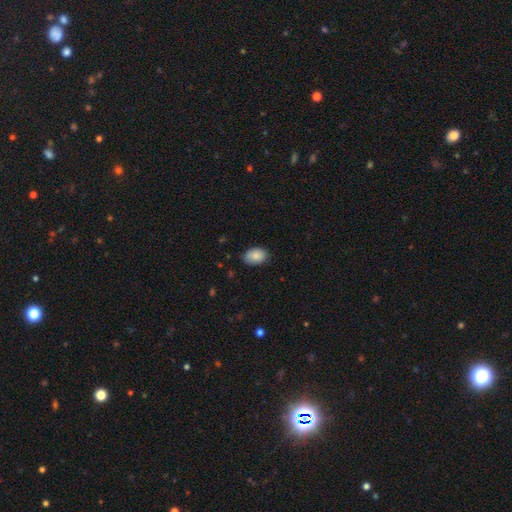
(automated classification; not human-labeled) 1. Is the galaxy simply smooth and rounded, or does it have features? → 87% smooth, 7% star or artifact, 6% featured or disk.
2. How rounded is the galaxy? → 87% in between, 12% round, 1% cigar-shaped.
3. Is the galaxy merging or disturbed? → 82% none, 14% minor disturbance, 2% major disturbance, 1% merger.